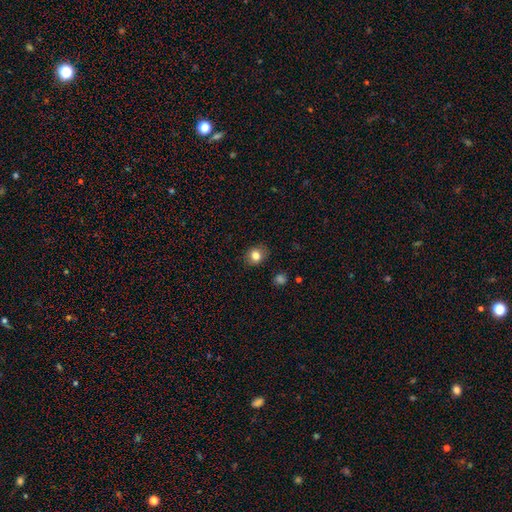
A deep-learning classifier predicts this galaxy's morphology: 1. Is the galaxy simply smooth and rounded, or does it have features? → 80% smooth, 11% star or artifact, 9% featured or disk.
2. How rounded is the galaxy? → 64% round, 35% in between, 1% cigar-shaped.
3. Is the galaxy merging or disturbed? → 85% none, 11% minor disturbance, 3% major disturbance, 1% merger.